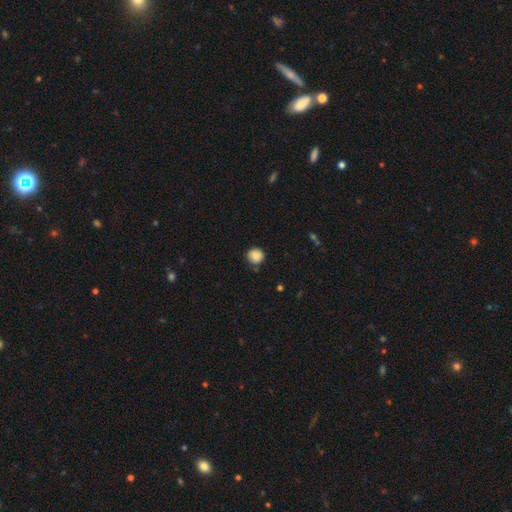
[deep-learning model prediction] Overall: smooth (86%). How rounded: round (90%). Merging: none (79%).